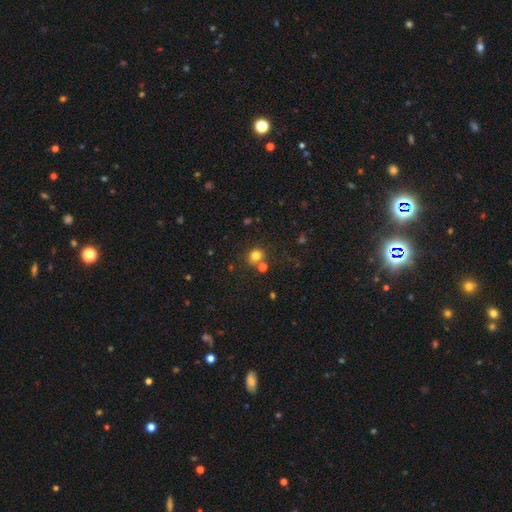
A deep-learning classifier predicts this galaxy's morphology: smooth-or-featured: smooth: 77% | star or artifact: 16% | featured or disk: 7%
  how-rounded: round: 80% | in between: 19% | cigar-shaped: 1%
  merging: none: 72% | merger: 15% | minor disturbance: 10% | major disturbance: 4%